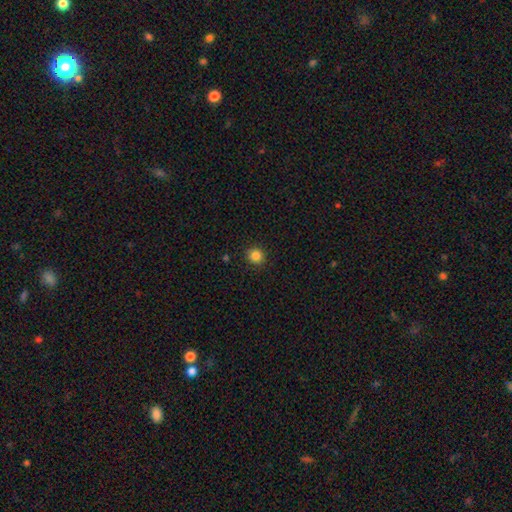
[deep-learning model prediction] Morphology: type=smooth (84%); roundness=round (92%); merging=none (92%).